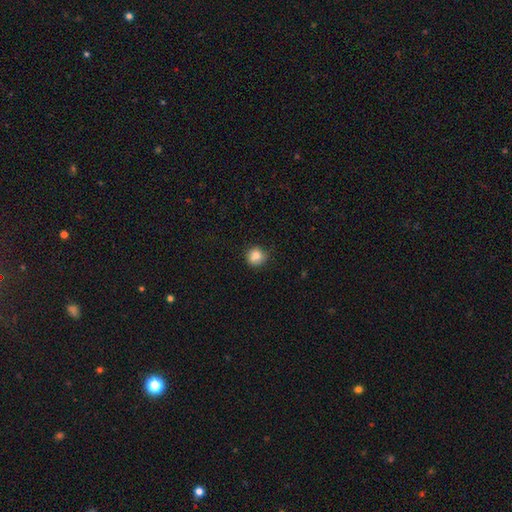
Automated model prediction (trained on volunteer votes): A smooth galaxy with no disk features (83%) that is round (88%). Merging: none (75%).